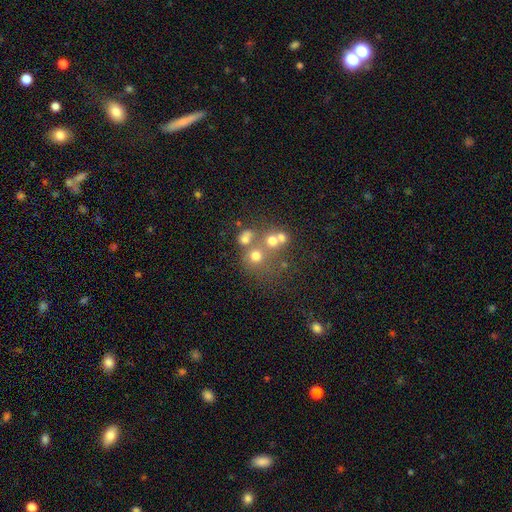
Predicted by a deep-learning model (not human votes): A smooth galaxy with no disk features (62%) that is round (82%).

Vote fractions:
- Smooth or featured? smooth: 62% / star or artifact: 19% / featured or disk: 19%
- How rounded? round: 82% / in between: 16% / cigar-shaped: 1%
- Merging? none: 48% / merger: 37% / minor disturbance: 8% / major disturbance: 6%